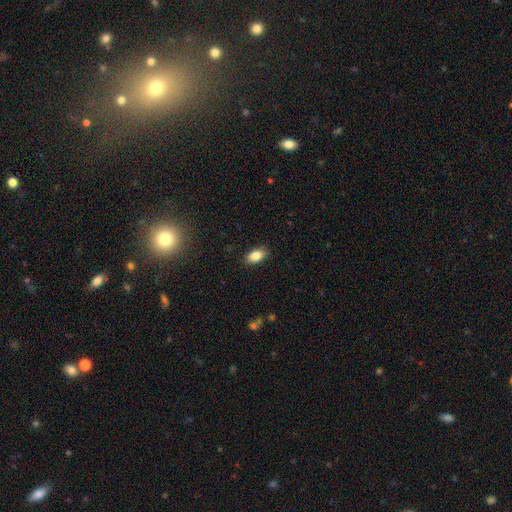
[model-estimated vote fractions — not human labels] A smooth galaxy with no disk features (85%) that is in between round and cigar-shaped (90%). Merging: none (88%).